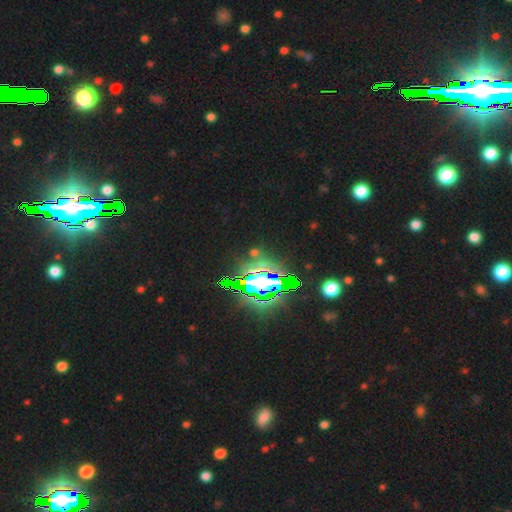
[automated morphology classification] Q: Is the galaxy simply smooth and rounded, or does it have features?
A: star or artifact — 78%.